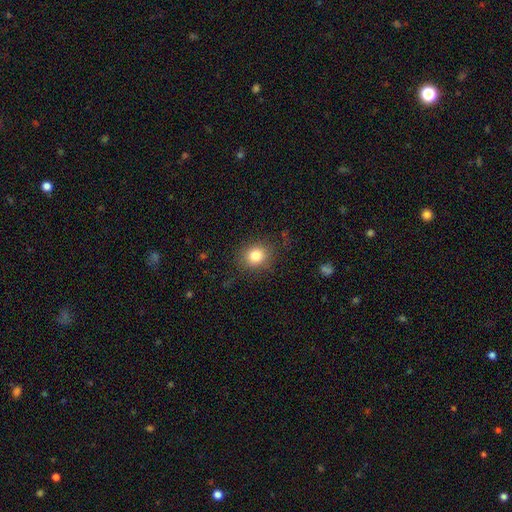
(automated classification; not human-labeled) Morphology: type=smooth (82%); roundness=round (70%); merging=none (82%).